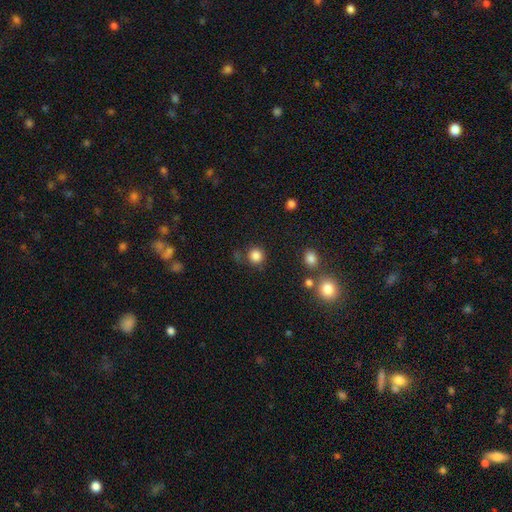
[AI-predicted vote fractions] Smooth or featured?
  - smooth: 84% *
  - star or artifact: 12%
  - featured or disk: 4%
How rounded?
  - round: 92% *
  - in between: 7%
  - cigar-shaped: 1%
Merging?
  - none: 80% *
  - minor disturbance: 11%
  - merger: 5%
  - major disturbance: 4%